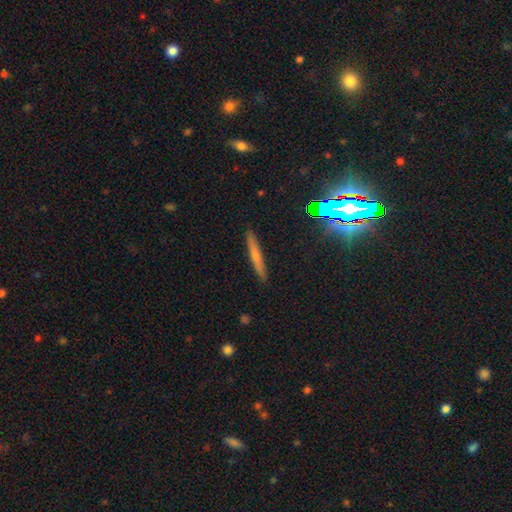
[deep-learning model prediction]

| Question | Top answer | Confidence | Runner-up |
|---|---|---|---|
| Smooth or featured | smooth | 54% | featured or disk (35%) |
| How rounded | cigar-shaped | 94% | in between (4%) |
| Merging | none | 89% | minor disturbance (8%) |